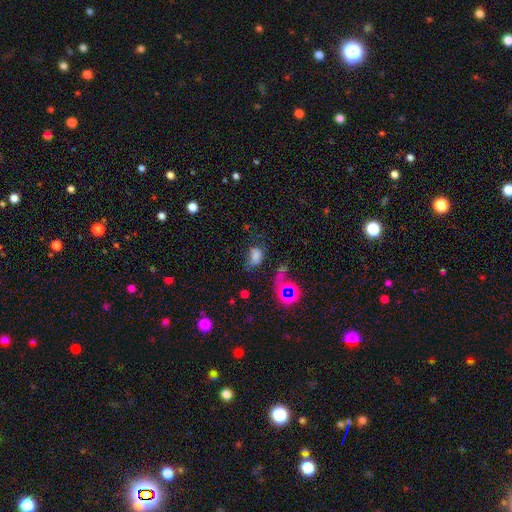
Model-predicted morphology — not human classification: Smooth or featured? Predicted: smooth (p=0.63). How rounded? Predicted: in between (p=0.79). Merging? Predicted: none (p=0.32, tied with major disturbance).